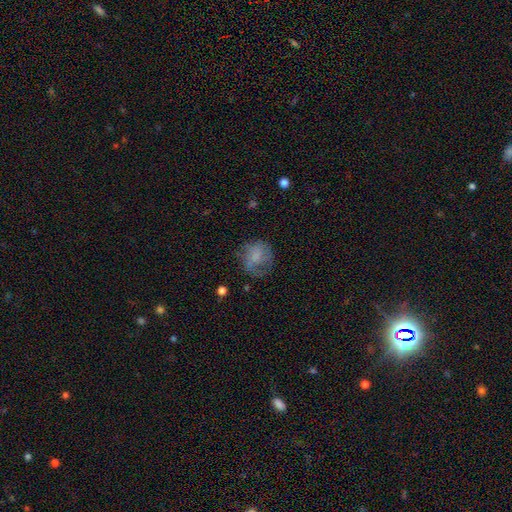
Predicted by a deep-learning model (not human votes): This appears to be a smooth galaxy with no disk features (60%) that is round (70%). Merging: none (51%).